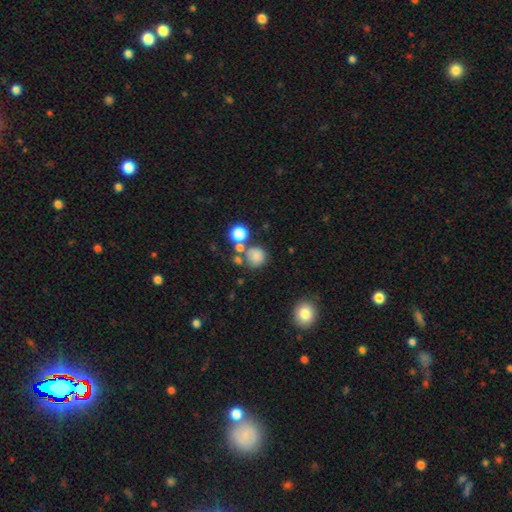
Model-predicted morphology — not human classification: This appears to be a smooth galaxy with no disk features (76%) that is round (88%). Merging: none (60%).